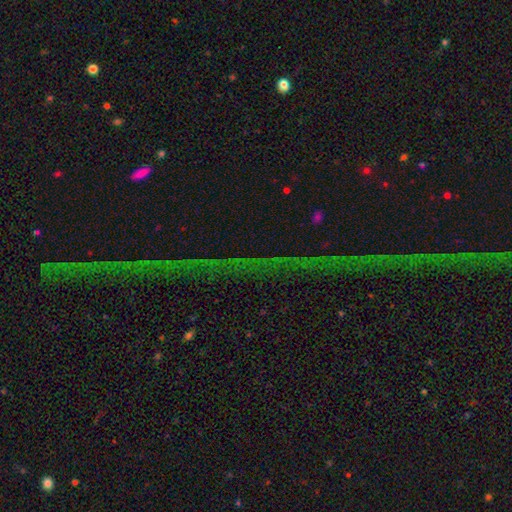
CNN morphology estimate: This appears to be a star or artifact, not a galaxy (76%).